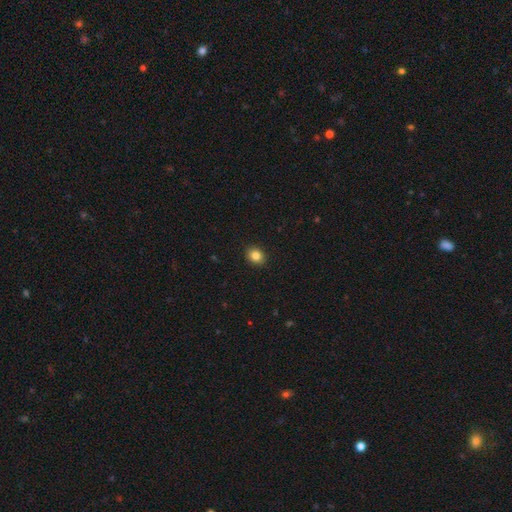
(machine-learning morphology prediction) This is clearly a smooth galaxy (84%). How rounded: likely round (62%). Merging: clearly none (92%).